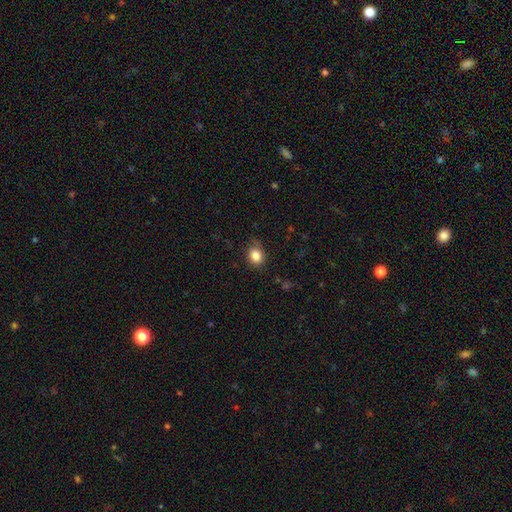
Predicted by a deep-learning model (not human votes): Q: Smooth or featured?
A: smooth (84%); runner-up: star or artifact (10%)
Q: How rounded?
A: round (61%); runner-up: in between (38%)
Q: Merging?
A: none (78%); runner-up: minor disturbance (17%)